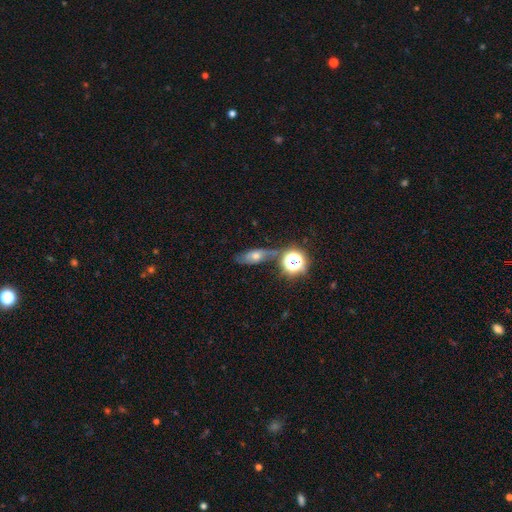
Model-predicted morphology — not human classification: Q: Smooth or featured?
A: featured or disk (40%); runner-up: smooth (37%)
Q: Merging?
A: none (67%); runner-up: minor disturbance (17%)